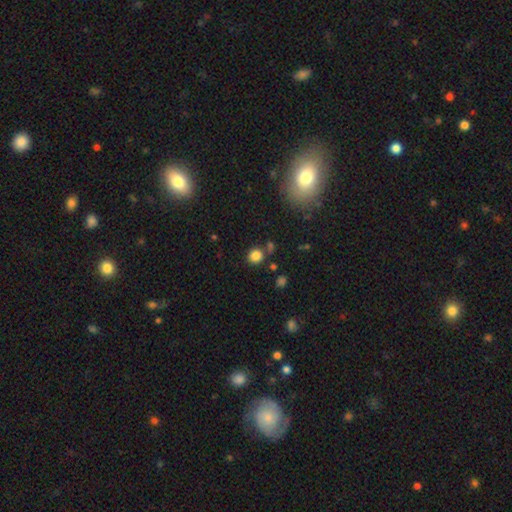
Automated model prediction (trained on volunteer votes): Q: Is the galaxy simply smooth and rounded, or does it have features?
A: smooth — 83%.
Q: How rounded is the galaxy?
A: round — 85%.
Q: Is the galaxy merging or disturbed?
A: none — 77%.